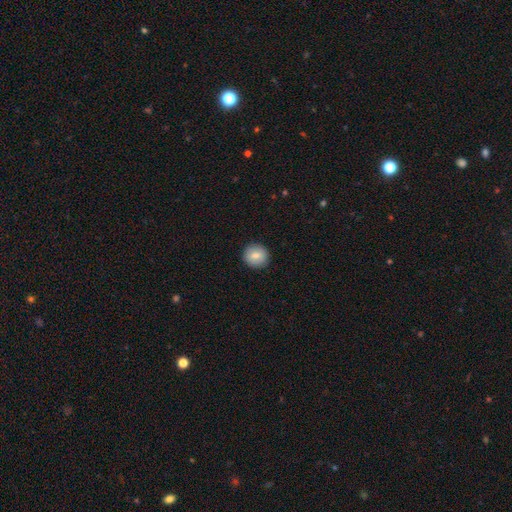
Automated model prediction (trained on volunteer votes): smooth 79%, featured or disk 13%, star or artifact 8%. Down the decision tree: how rounded — round (91%); merging — none (91%).